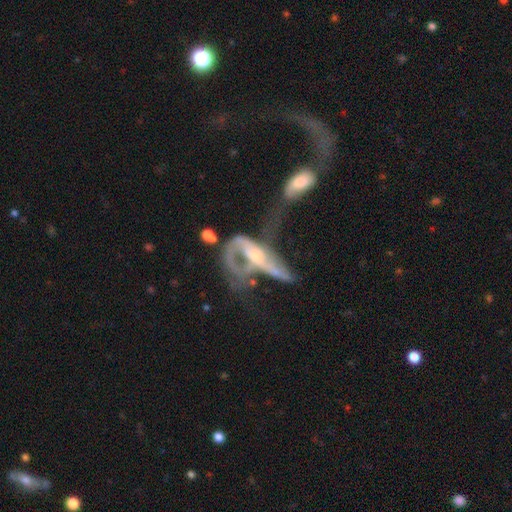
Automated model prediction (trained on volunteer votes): Overall: featured or disk (73%). Edge-on disk: no (82%). Bar: no (62%; weak 25%). Spiral arms: yes (54%; no 46%). Bulge size: moderate (47%; small 35%). Merging: merger (48%; major disturbance 35%).